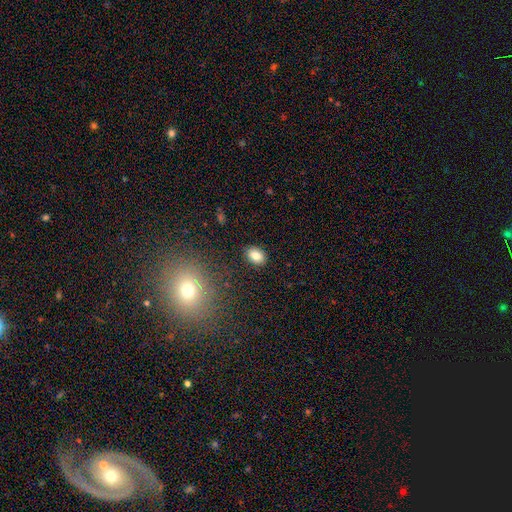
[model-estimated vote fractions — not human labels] Smooth or featured: smooth — 82% (star or artifact — 10%)
How rounded: in between — 78% (round — 21%)
Merging: none — 87% (minor disturbance — 9%)